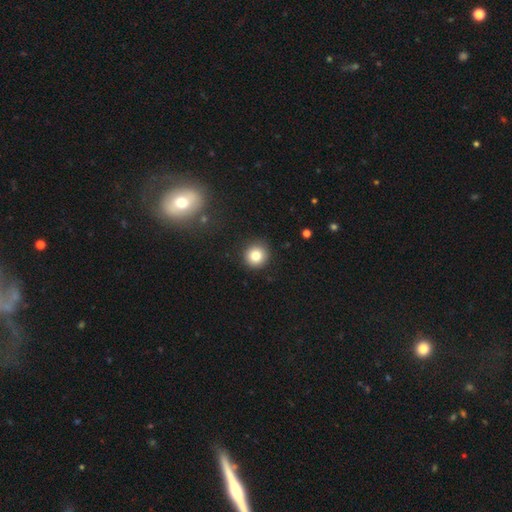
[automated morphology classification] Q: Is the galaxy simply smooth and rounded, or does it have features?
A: smooth — 83%.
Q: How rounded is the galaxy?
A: round — 93%.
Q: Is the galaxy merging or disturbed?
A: none — 91%.